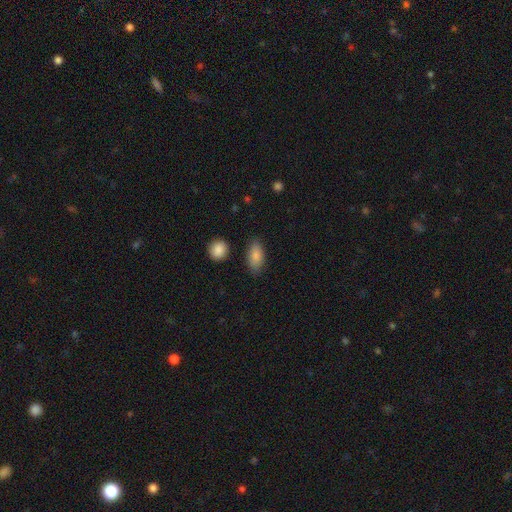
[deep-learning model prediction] Morphology: type=smooth (86%); roundness=in between (89%); merging=none (83%).